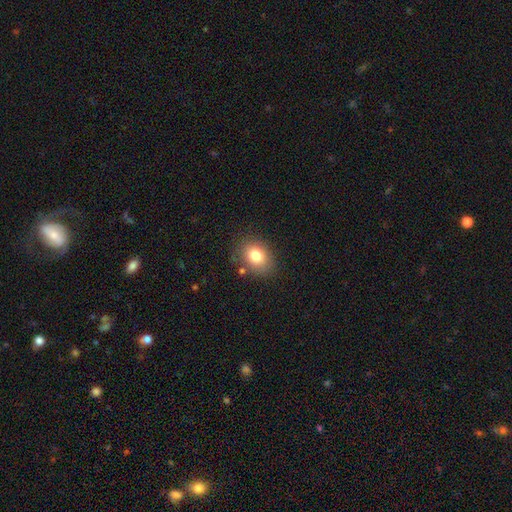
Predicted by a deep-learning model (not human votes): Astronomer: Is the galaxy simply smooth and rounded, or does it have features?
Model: smooth — 80%.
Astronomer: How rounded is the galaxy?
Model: in between — 63%.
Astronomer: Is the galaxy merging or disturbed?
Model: none — 79%.